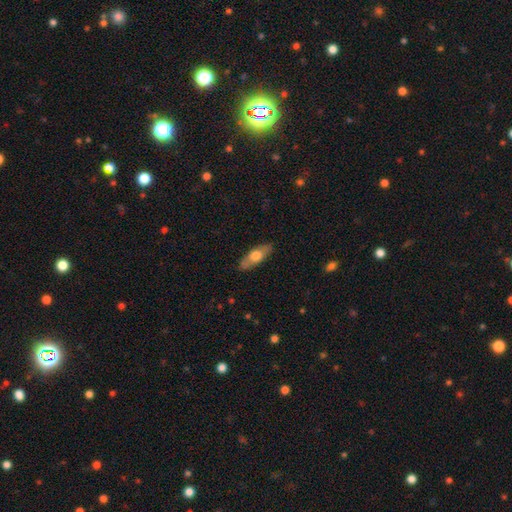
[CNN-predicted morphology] smooth 60%, featured or disk 34%, star or artifact 6%. Down the decision tree: how rounded — in between (58%); merging — none (85%).